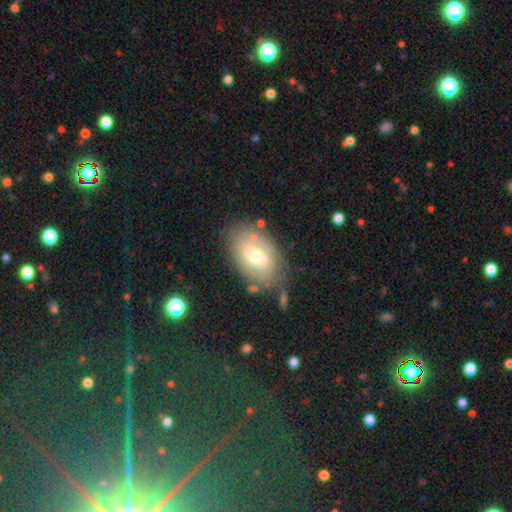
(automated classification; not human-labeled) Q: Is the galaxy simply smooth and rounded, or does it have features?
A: featured or disk — 50%.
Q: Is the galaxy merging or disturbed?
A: none — 72%.